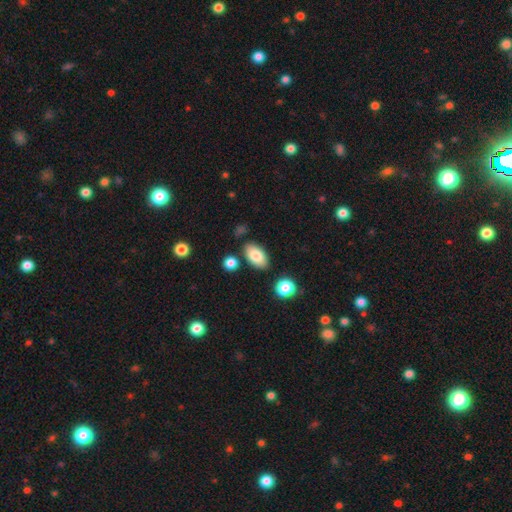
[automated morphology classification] This appears to be a smooth galaxy with no disk features (83%) that is in between round and cigar-shaped (93%). Merging: none (82%).